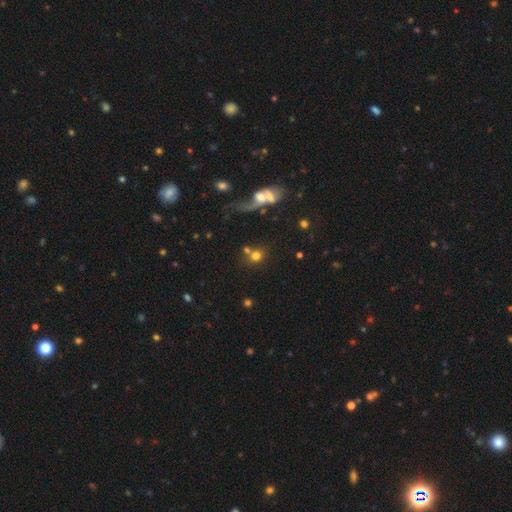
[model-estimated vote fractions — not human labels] Overall: smooth (70%). How rounded: round (74%). Merging: none (45%; merger 34%).